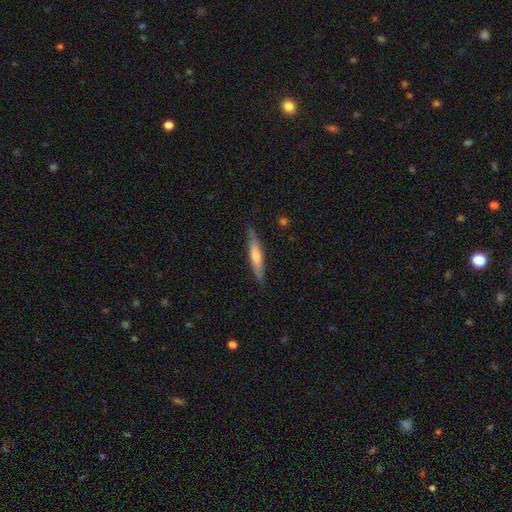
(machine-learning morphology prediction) smooth_or_featured: featured or disk (p=0.53) [alt: smooth p=0.41]
disk_edge_on: yes (p=0.94) [alt: no p=0.06]
edge_on_bulge: rounded (p=0.70) [alt: none p=0.19]
merging: none (p=0.86) [alt: minor disturbance p=0.11]